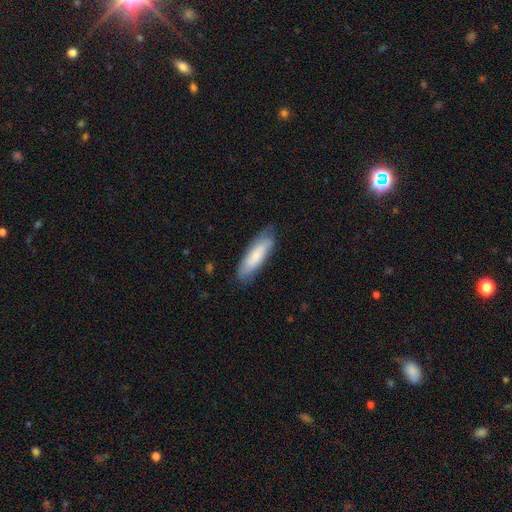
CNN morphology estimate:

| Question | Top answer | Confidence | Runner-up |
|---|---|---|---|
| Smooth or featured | smooth | 72% | featured or disk (22%) |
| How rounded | cigar-shaped | 54% | in between (44%) |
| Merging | none | 78% | minor disturbance (17%) |